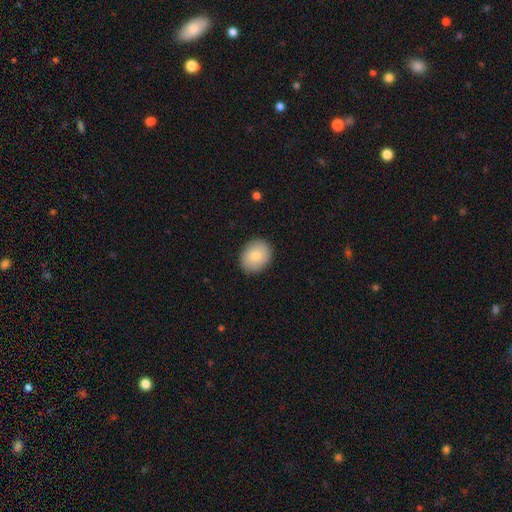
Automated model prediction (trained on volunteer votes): A smooth galaxy with no disk features (80%) that is round (58%). Merging: none (88%).